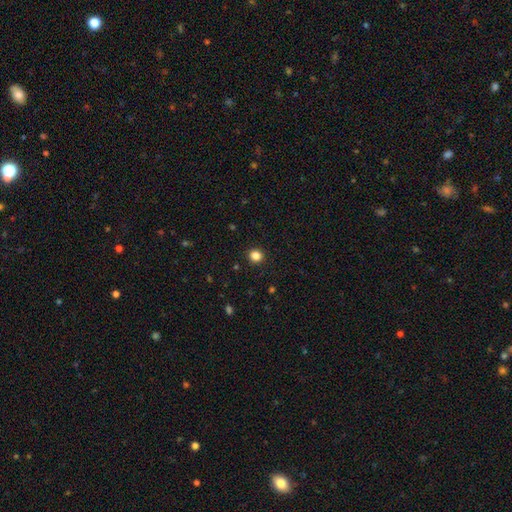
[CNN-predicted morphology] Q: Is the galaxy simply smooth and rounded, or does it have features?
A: smooth — 84%.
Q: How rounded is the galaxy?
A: round — 90%.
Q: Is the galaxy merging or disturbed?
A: none — 93%.